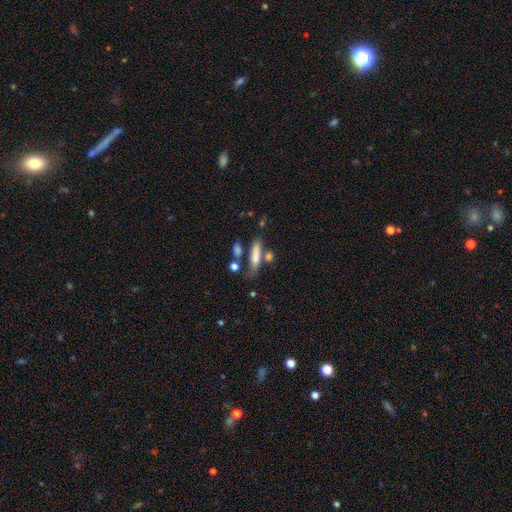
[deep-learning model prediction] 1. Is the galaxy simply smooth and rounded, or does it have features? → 73% smooth, 18% featured or disk, 9% star or artifact.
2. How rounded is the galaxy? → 66% cigar-shaped, 30% in between, 4% round.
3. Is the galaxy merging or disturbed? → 50% none, 21% merger, 18% minor disturbance, 11% major disturbance.